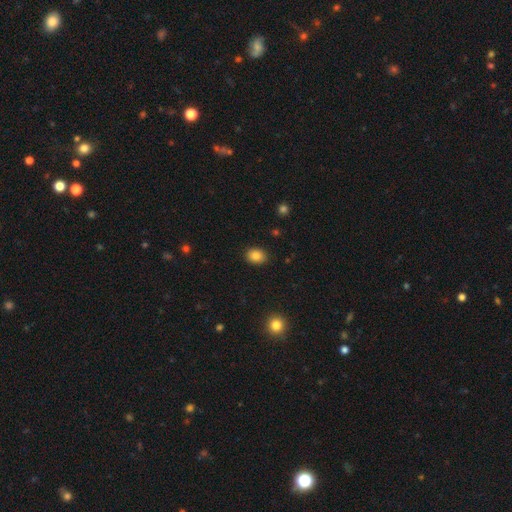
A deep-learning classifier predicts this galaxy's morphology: Smooth or featured?
  - smooth: 86% *
  - star or artifact: 9%
  - featured or disk: 5%
How rounded?
  - in between: 58% *
  - round: 41%
  - cigar-shaped: 1%
Merging?
  - none: 89% *
  - minor disturbance: 8%
  - major disturbance: 2%
  - merger: 1%